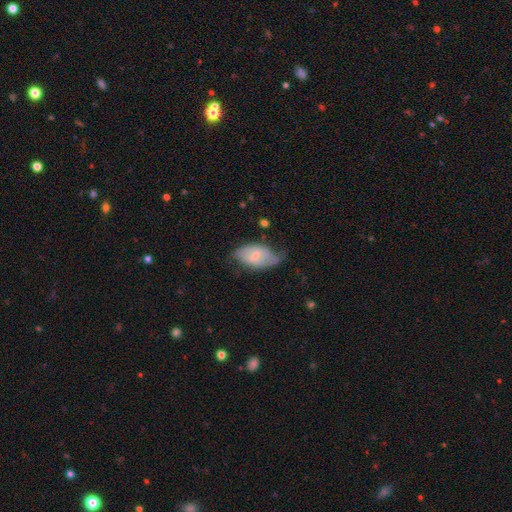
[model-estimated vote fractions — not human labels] Smooth or featured? Predicted: featured or disk (p=0.47, tied with smooth). Merging? Predicted: none (p=0.40).